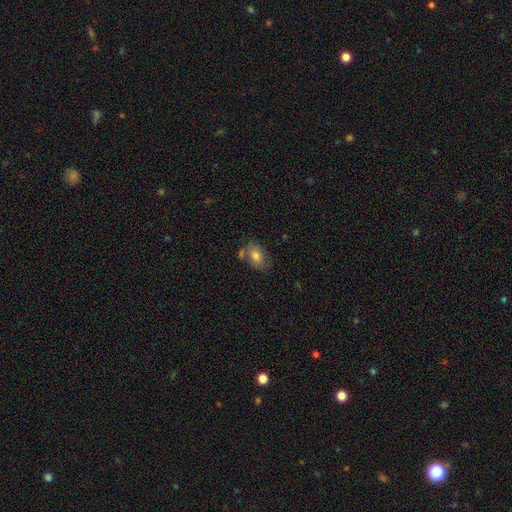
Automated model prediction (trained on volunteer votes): This appears to be a smooth galaxy with no disk features (79%) that is in between round and cigar-shaped (81%). Merging: none (61%).